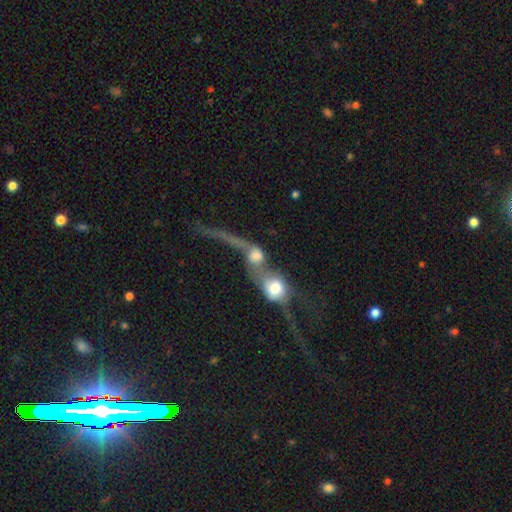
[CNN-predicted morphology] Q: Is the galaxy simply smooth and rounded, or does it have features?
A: smooth — 49%.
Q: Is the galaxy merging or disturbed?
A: merger — 77%.